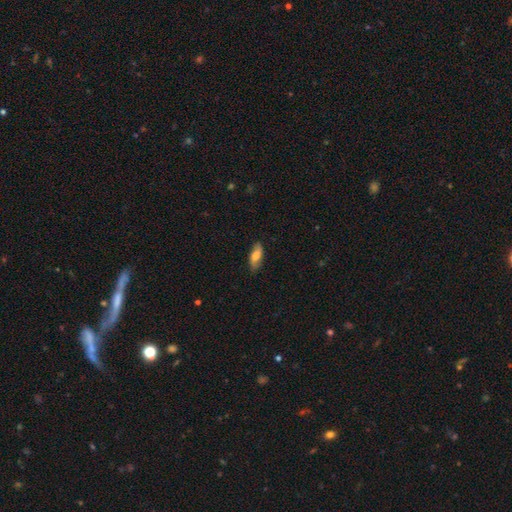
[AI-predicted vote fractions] This appears to be a smooth galaxy with no disk features (64%) that is in between round and cigar-shaped (73%). Merging: none (83%).